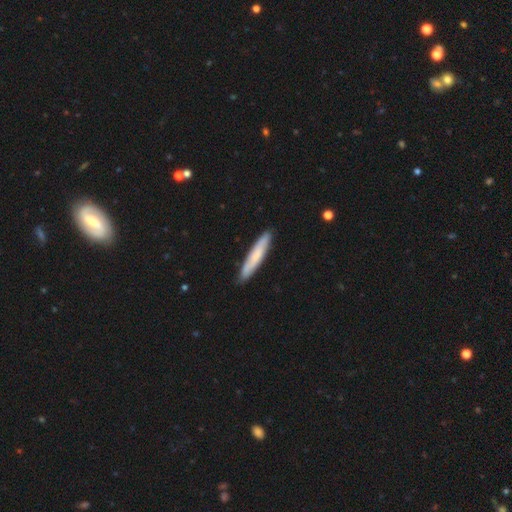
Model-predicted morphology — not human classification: smooth 68%, featured or disk 26%, star or artifact 5%. Down the decision tree: how rounded — cigar-shaped (92%); merging — none (89%).